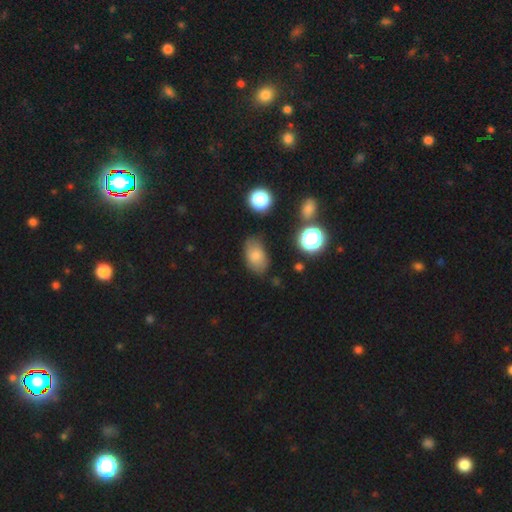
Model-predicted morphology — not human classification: Smooth or featured: smooth — 77% (featured or disk — 12%)
How rounded: in between — 88% (round — 10%)
Merging: none — 74% (minor disturbance — 17%)